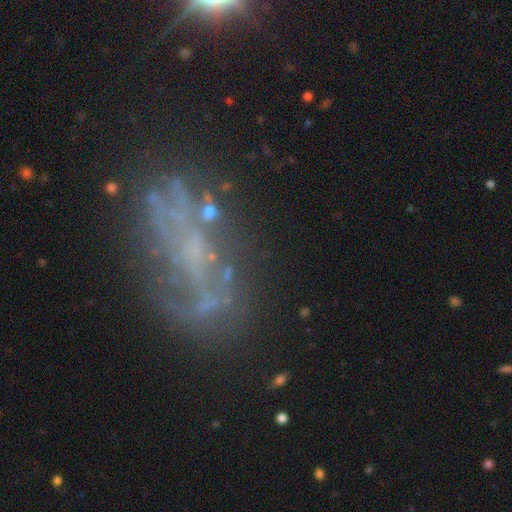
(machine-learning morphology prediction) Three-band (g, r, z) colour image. It shows a featured or disk galaxy (63%) with no bar (74%), no spiral arms (67%) and no central bulge (74%). Merging: none (52%).